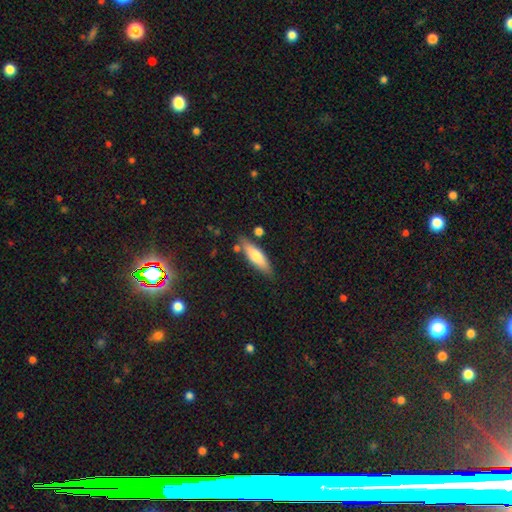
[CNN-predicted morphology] A smooth galaxy with no disk features (67%) that is cigar-shaped (55%). Merging: none (77%).